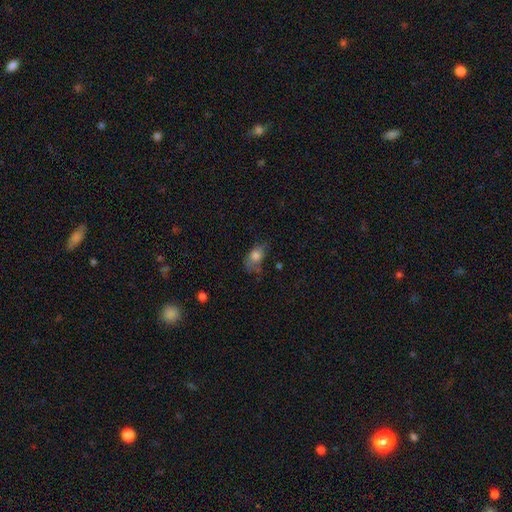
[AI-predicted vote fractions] A smooth galaxy with no disk features (74%) that is in between round and cigar-shaped (81%). Merging: none (41%).